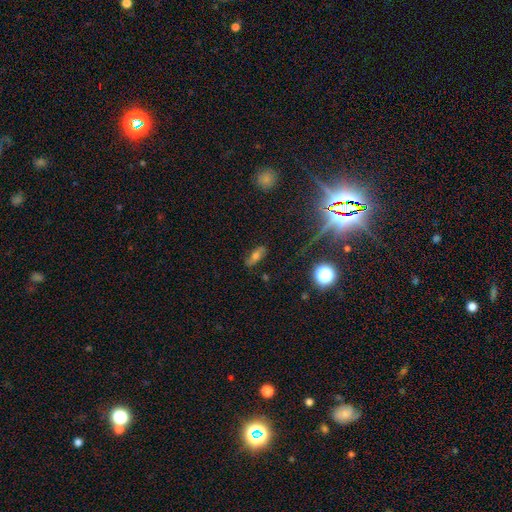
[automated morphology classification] Smooth or featured: smooth — 54% (featured or disk — 28%)
How rounded: in between — 69% (cigar-shaped — 25%)
Merging: none — 81% (minor disturbance — 14%)